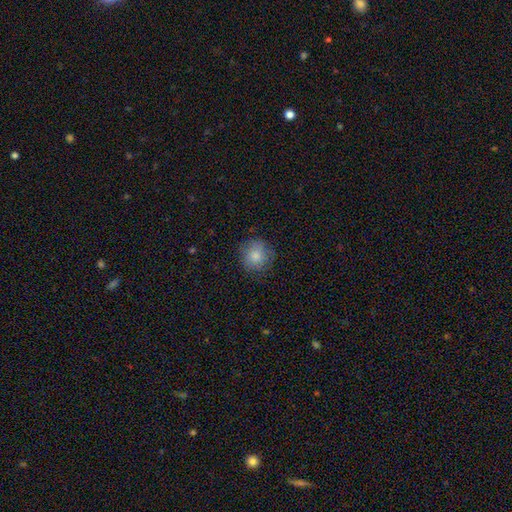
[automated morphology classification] Smooth or featured? Predicted: smooth (p=0.83). How rounded? Predicted: round (p=0.90). Merging? Predicted: none (p=0.79).